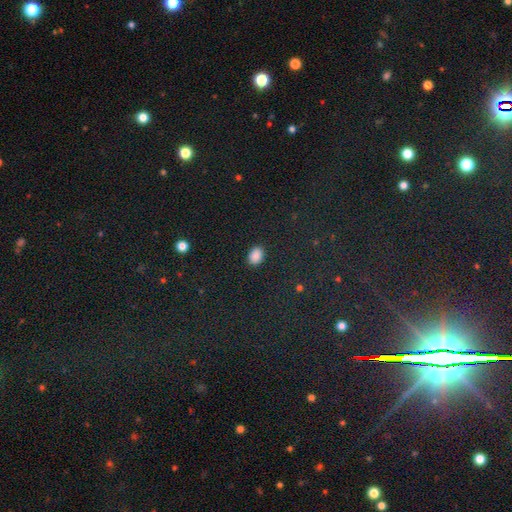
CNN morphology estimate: smooth 88%, star or artifact 9%, featured or disk 3%. Down the decision tree: how rounded — in between (78%); merging — none (89%).